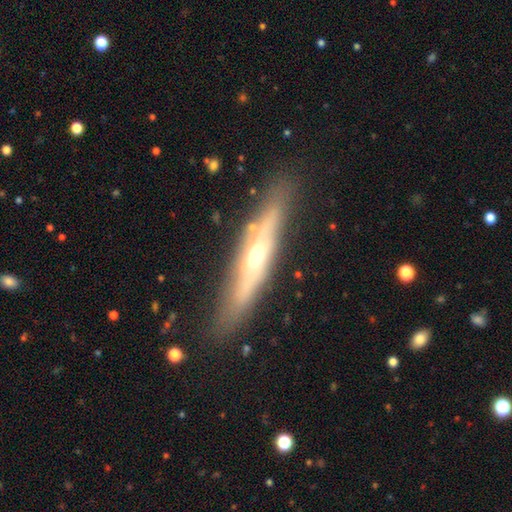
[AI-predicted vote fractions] A featured or disk galaxy (67%) viewed edge-on (83%) with a rounded central bulge (81%).

Vote fractions:
- Smooth or featured? featured or disk: 67% / smooth: 26% / star or artifact: 7%
- Edge-on disk? yes: 83% / no: 17%
- Edge-on bulge? rounded: 81% / none: 14% / boxy: 5%
- Merging? none: 82% / minor disturbance: 13% / major disturbance: 3% / merger: 2%